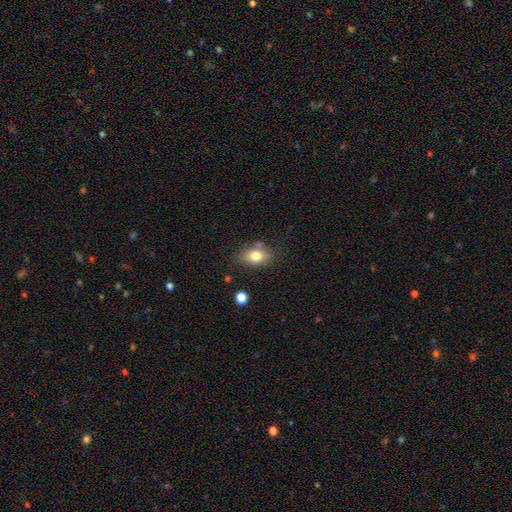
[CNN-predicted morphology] A smooth galaxy with no disk features (77%) that is in between round and cigar-shaped (81%).

Vote fractions:
- Smooth or featured? smooth: 77% / featured or disk: 14% / star or artifact: 9%
- How rounded? in between: 81% / round: 16% / cigar-shaped: 3%
- Merging? none: 71% / minor disturbance: 18% / merger: 7% / major disturbance: 4%